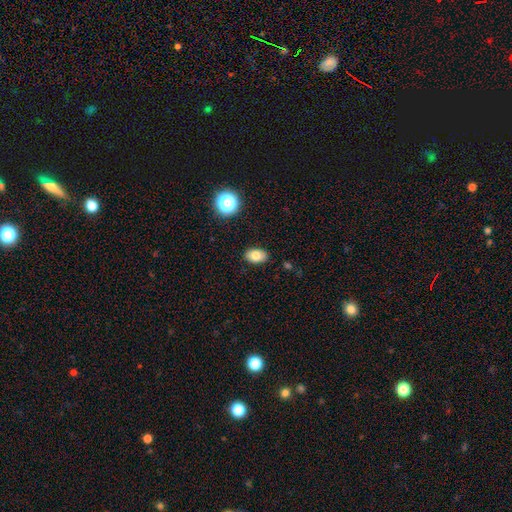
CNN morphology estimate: Smooth or featured?
  - smooth: 80% *
  - featured or disk: 10%
  - star or artifact: 10%
How rounded?
  - in between: 88% *
  - round: 11%
  - cigar-shaped: 1%
Merging?
  - none: 87% *
  - minor disturbance: 9%
  - major disturbance: 2%
  - merger: 1%